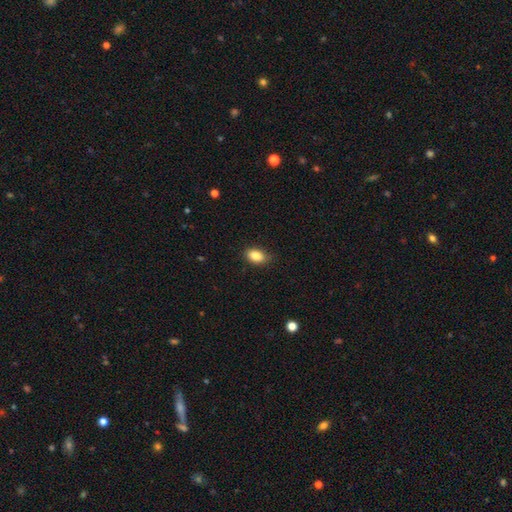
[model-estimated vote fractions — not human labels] Q: Smooth or featured?
A: smooth (86%); runner-up: star or artifact (8%)
Q: How rounded?
A: in between (86%); runner-up: round (12%)
Q: Merging?
A: none (80%); runner-up: minor disturbance (16%)